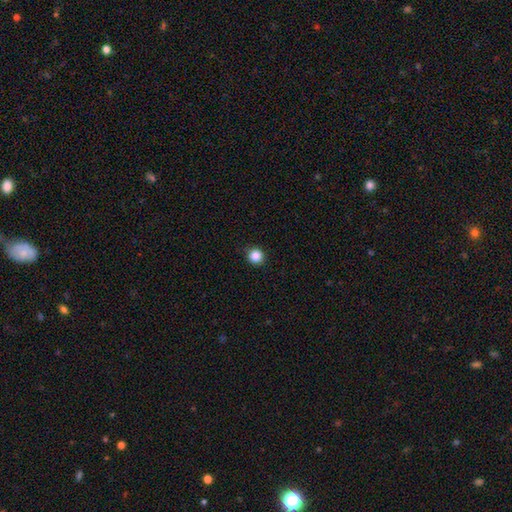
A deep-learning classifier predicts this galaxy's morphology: Smooth or featured?
  - smooth: 86% *
  - star or artifact: 11%
  - featured or disk: 3%
How rounded?
  - round: 93% *
  - in between: 6%
  - cigar-shaped: 1%
Merging?
  - none: 92% *
  - minor disturbance: 6%
  - major disturbance: 2%
  - merger: 1%